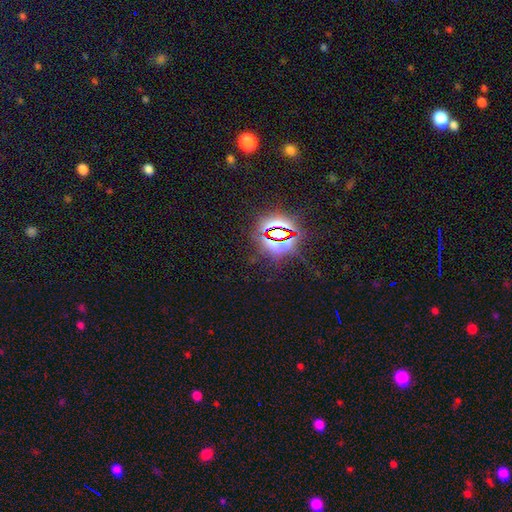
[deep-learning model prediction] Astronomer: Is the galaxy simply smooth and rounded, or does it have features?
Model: star or artifact — 84%.